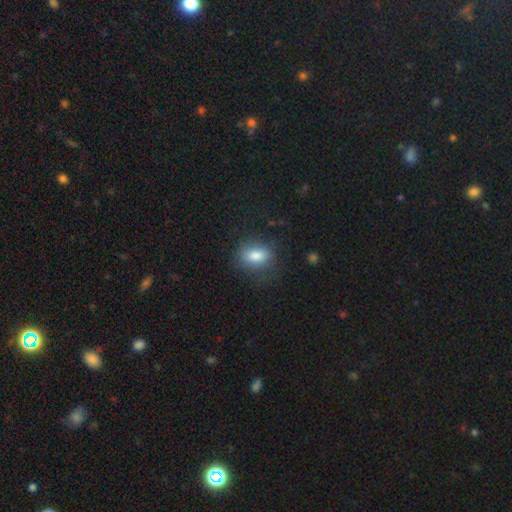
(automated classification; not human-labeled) Smooth or featured? smooth (81%)
How rounded? in between (78%)
Merging? none (74%)